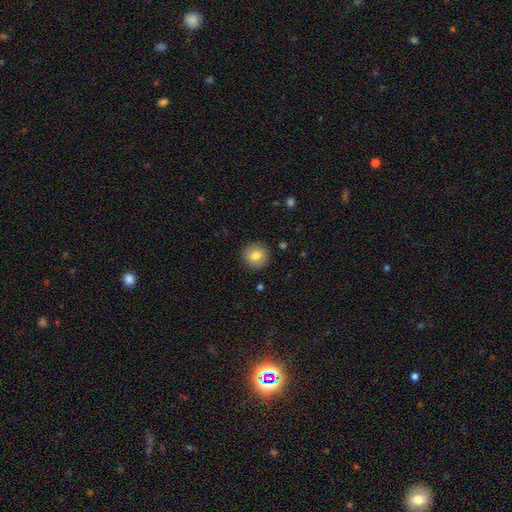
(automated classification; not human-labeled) smooth-or-featured: smooth: 80% | featured or disk: 11% | star or artifact: 9%
  how-rounded: round: 93% | in between: 6% | cigar-shaped: 1%
  merging: none: 91% | minor disturbance: 6% | major disturbance: 2% | merger: 1%